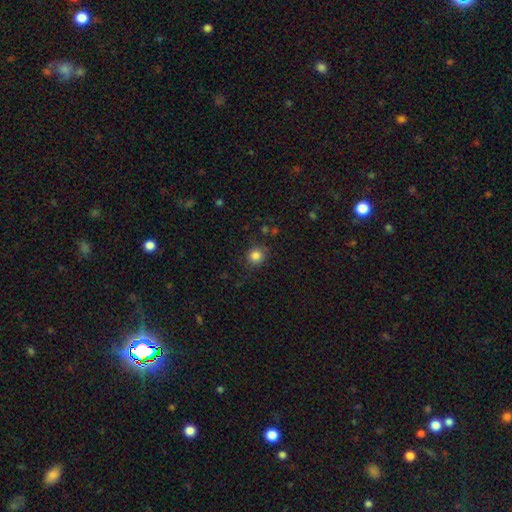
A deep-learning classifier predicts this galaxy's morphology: Q: Smooth or featured?
A: smooth (84%); runner-up: star or artifact (11%)
Q: How rounded?
A: round (88%); runner-up: in between (11%)
Q: Merging?
A: none (84%); runner-up: minor disturbance (11%)